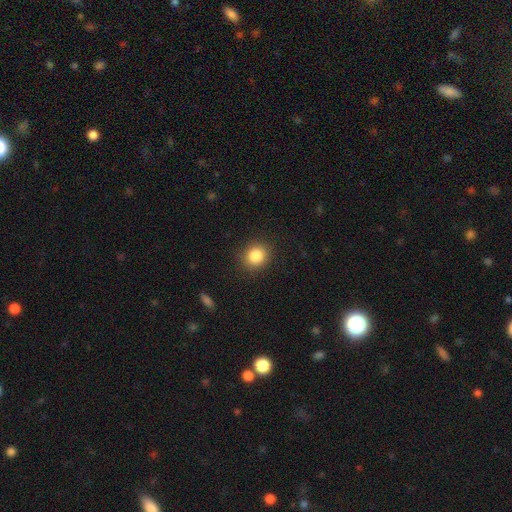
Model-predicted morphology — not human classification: The model was most divided on "how rounded": round: 79%, in between: 20%, cigar-shaped: 1%. More confident: merging — none (88%); smooth or featured — smooth (85%).